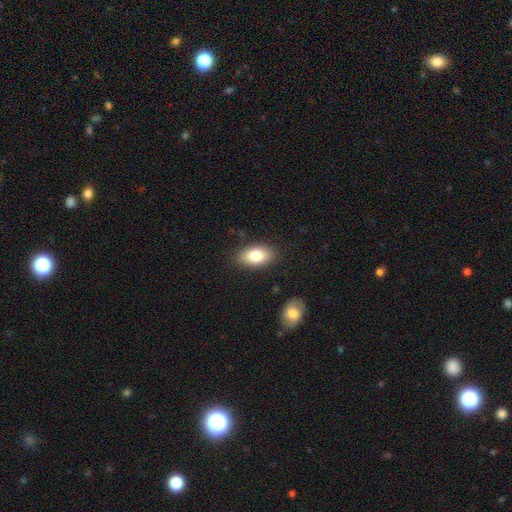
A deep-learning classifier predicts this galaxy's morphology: This is clearly a smooth galaxy (80%). How rounded: clearly in between (92%). Merging: clearly none (85%).